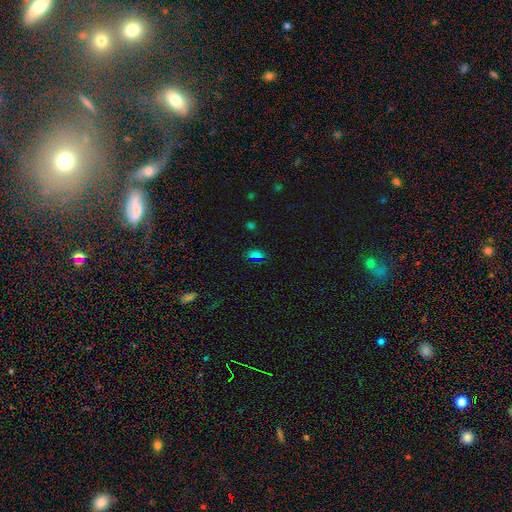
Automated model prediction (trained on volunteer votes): Smooth or featured? smooth (64%)
How rounded? in between (80%)
Merging? none (80%)